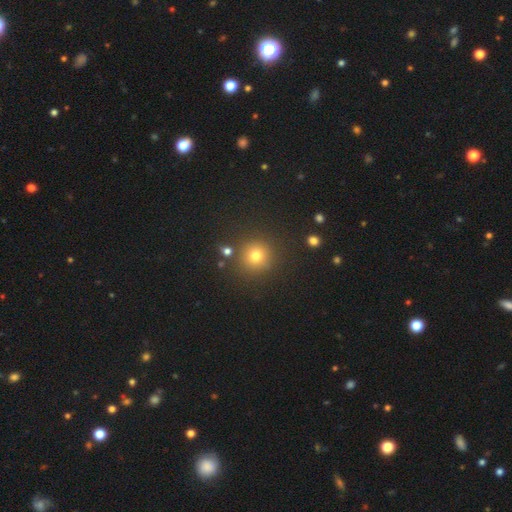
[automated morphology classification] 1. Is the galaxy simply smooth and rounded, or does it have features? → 75% smooth, 18% star or artifact, 7% featured or disk.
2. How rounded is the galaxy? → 93% round, 6% in between, 1% cigar-shaped.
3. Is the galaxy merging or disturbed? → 85% none, 7% minor disturbance, 4% merger, 3% major disturbance.